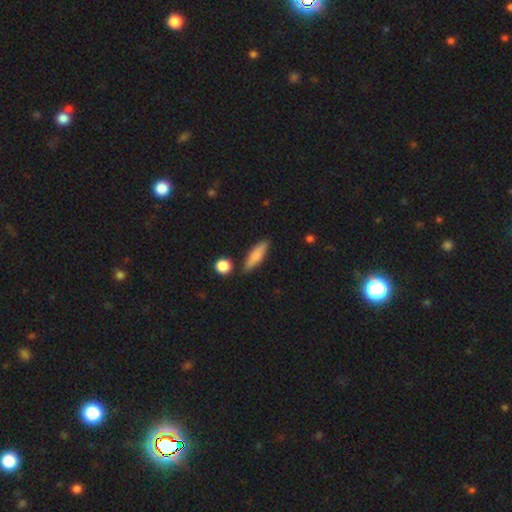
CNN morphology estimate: Smooth or featured: smooth — 75% (featured or disk — 18%)
How rounded: cigar-shaped — 60% (in between — 37%)
Merging: none — 82% (minor disturbance — 11%)